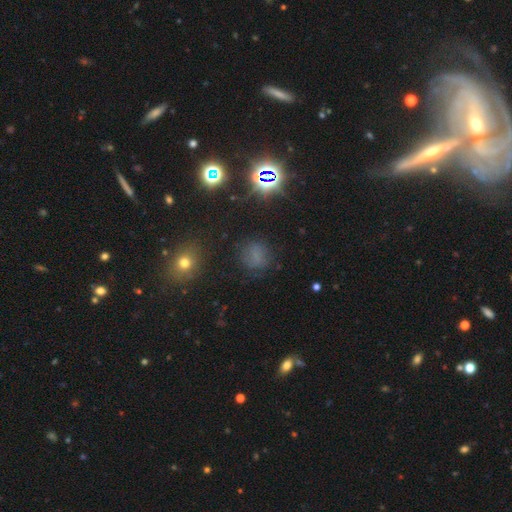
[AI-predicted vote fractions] Morphology: type=smooth (53%); roundness=round (76%); merging=none (72%).